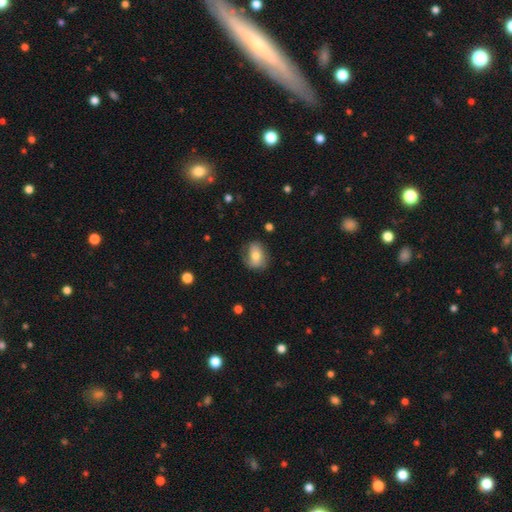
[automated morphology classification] Smooth or featured?
  - smooth: 60% *
  - featured or disk: 32%
  - star or artifact: 8%
How rounded?
  - in between: 66% *
  - round: 32%
  - cigar-shaped: 2%
Merging?
  - none: 61% *
  - minor disturbance: 25%
  - major disturbance: 12%
  - merger: 2%